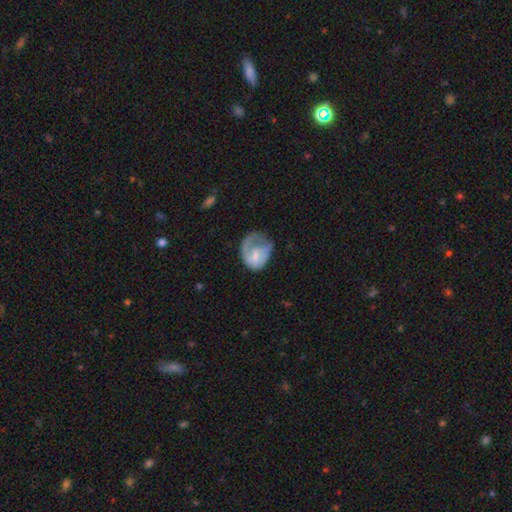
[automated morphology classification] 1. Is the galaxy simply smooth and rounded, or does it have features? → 48% smooth, 45% featured or disk, 7% star or artifact.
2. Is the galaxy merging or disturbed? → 43% major disturbance, 28% minor disturbance, 26% none, 2% merger.